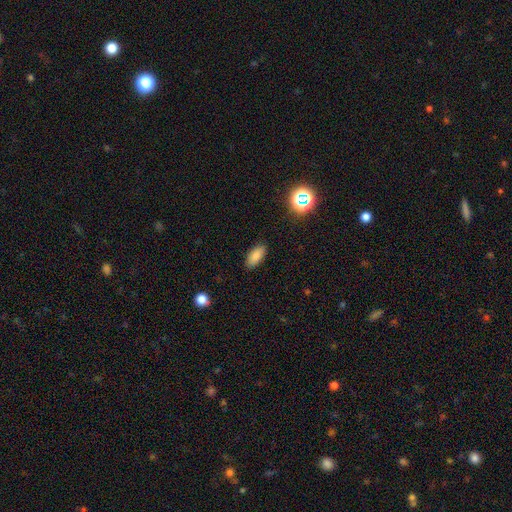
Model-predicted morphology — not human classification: This is clearly a smooth galaxy (85%). How rounded: clearly in between (88%). Merging: clearly none (88%).